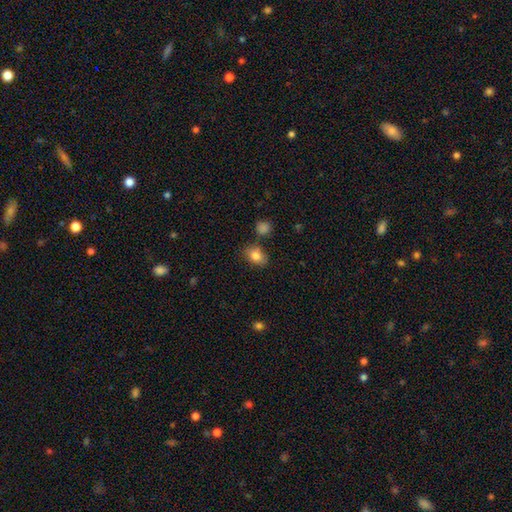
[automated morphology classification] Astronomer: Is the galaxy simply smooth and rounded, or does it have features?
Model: smooth — 83%.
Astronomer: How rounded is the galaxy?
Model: in between — 68%.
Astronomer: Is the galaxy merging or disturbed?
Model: none — 76%.